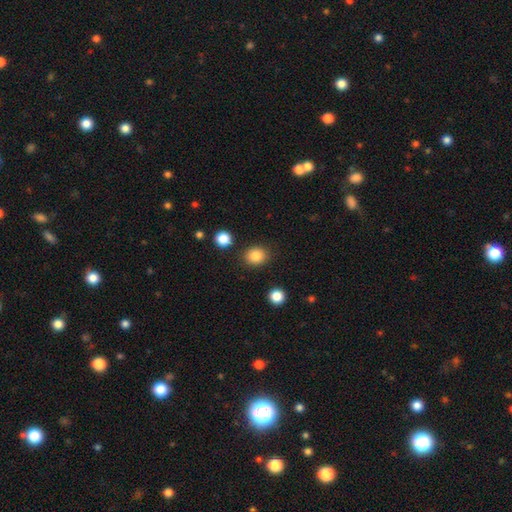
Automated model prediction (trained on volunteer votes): smooth_or_featured: smooth (p=0.85) [alt: star or artifact p=0.10]
how_rounded: round (p=0.66) [alt: in between p=0.33]
merging: none (p=0.86) [alt: minor disturbance p=0.08]